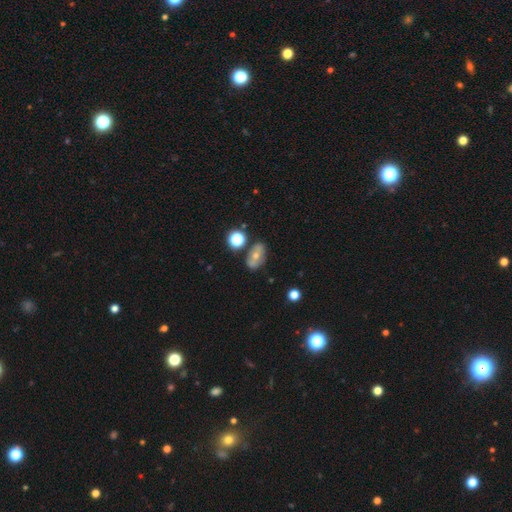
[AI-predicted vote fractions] A smooth galaxy with no disk features (47%).

Vote fractions:
- Smooth or featured? smooth: 47% / featured or disk: 39% / star or artifact: 14%
- Merging? none: 70% / minor disturbance: 17% / merger: 8% / major disturbance: 5%